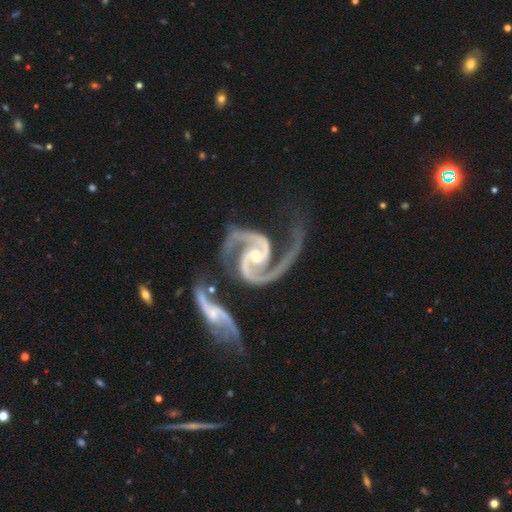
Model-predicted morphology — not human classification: The model was most divided on "merging": none: 38%, merger: 27%, minor disturbance: 18%, major disturbance: 16%. Remaining: spiral arms — yes (99%); edge-on disk — no (98%); smooth or featured — featured or disk (95%); spiral arm count — 2 (92%); spiral winding — medium (61%); bulge size — small (55%); bar — no (49%).